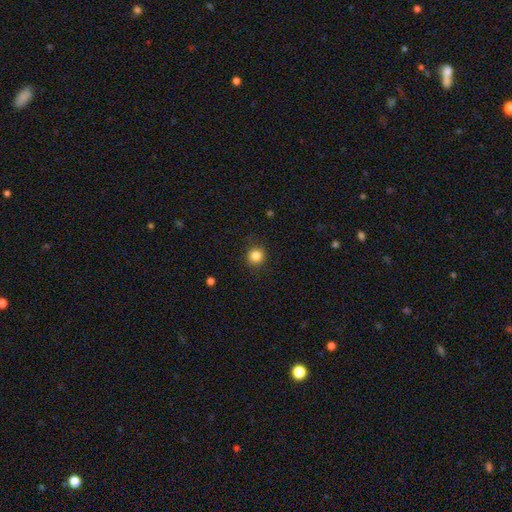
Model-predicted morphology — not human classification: Smooth or featured?
  - smooth: 84% *
  - star or artifact: 11%
  - featured or disk: 4%
How rounded?
  - round: 91% *
  - in between: 8%
  - cigar-shaped: 1%
Merging?
  - none: 88% *
  - minor disturbance: 9%
  - major disturbance: 3%
  - merger: 1%